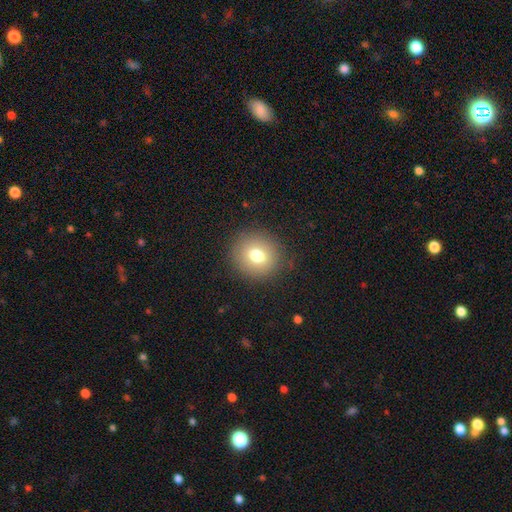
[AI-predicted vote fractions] smooth 72%, star or artifact 17%, featured or disk 11%. Down the decision tree: how rounded — round (93%); merging — none (91%).